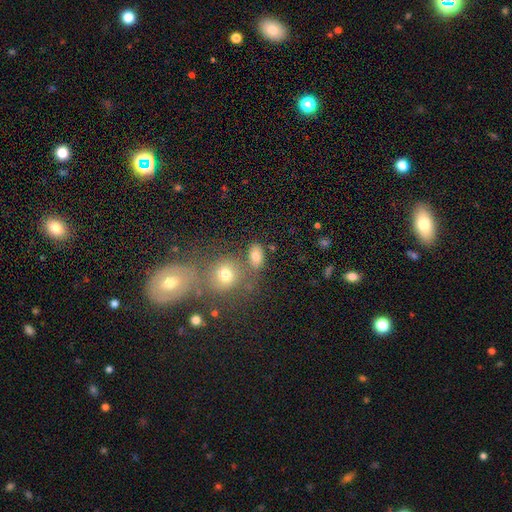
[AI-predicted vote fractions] The model was most divided on "merging": none: 66%, merger: 16%, minor disturbance: 12%, major disturbance: 5%. More confident: how rounded — in between (80%); smooth or featured — smooth (76%).